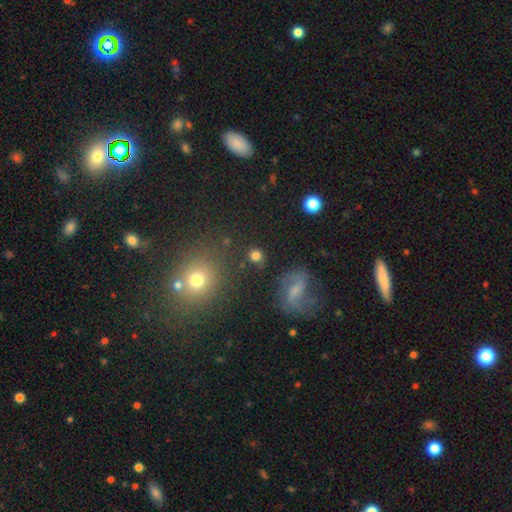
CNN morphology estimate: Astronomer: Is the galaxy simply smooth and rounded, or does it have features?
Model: smooth — 77%.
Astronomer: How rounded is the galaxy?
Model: round — 84%.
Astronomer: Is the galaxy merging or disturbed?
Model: none — 79%.